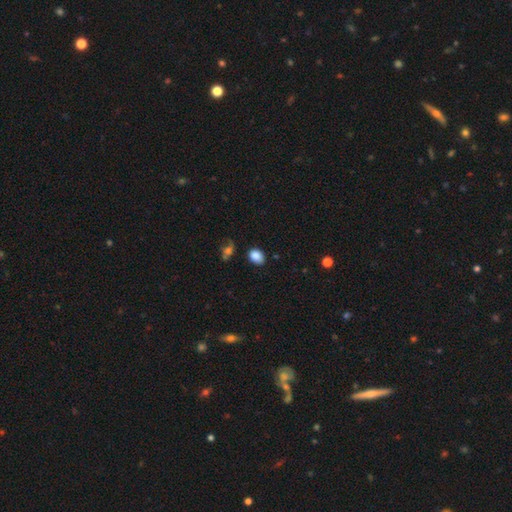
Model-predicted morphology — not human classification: Overall: smooth (85%). How rounded: in between (74%). Merging: none (75%).